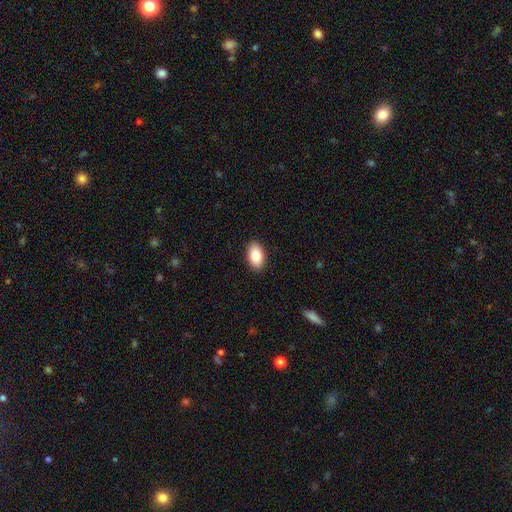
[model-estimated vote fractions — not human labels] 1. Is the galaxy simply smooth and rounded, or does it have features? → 84% smooth, 9% featured or disk, 7% star or artifact.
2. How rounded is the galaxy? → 93% in between, 5% round, 2% cigar-shaped.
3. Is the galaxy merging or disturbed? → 90% none, 7% minor disturbance, 2% major disturbance, 1% merger.